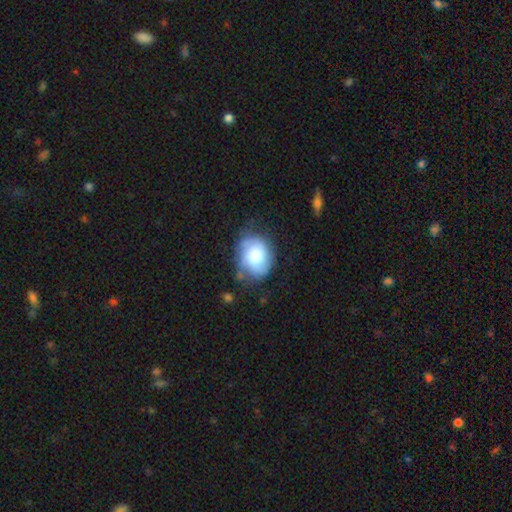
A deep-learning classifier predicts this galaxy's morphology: This appears to be a smooth galaxy with no disk features (52%) that is in between round and cigar-shaped (50%). Merging: none (57%).